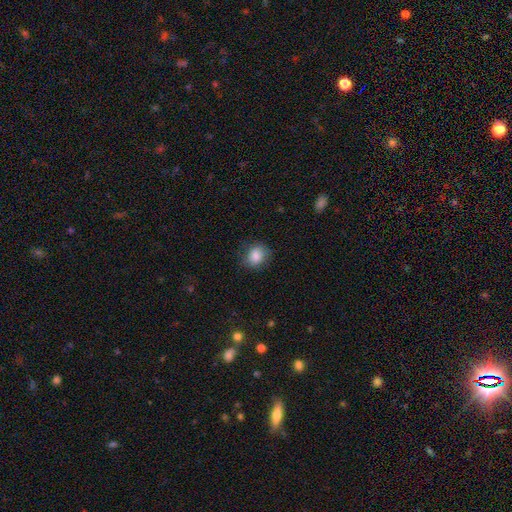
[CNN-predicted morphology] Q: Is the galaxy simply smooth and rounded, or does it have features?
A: smooth — 83%.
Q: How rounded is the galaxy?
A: round — 58%.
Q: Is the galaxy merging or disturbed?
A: none — 77%.